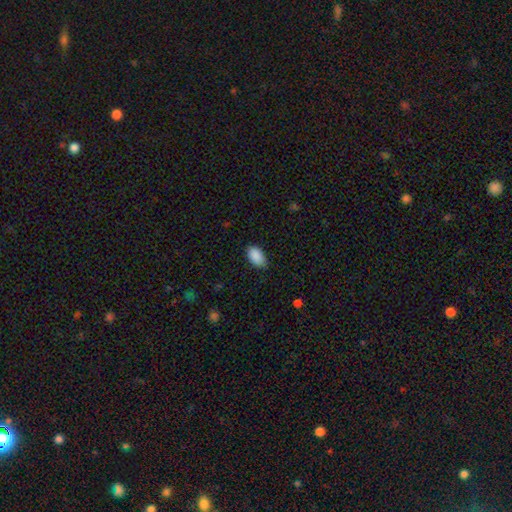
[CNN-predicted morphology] This is clearly a smooth galaxy (90%). How rounded: clearly in between (94%). Merging: likely none (80%).